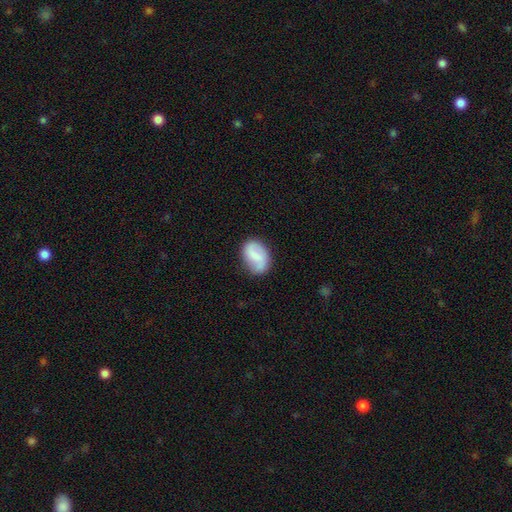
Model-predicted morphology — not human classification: A smooth galaxy with no disk features (48%).

Vote fractions:
- Smooth or featured? smooth: 48% / featured or disk: 45% / star or artifact: 7%
- Merging? none: 73% / minor disturbance: 20% / major disturbance: 5% / merger: 2%